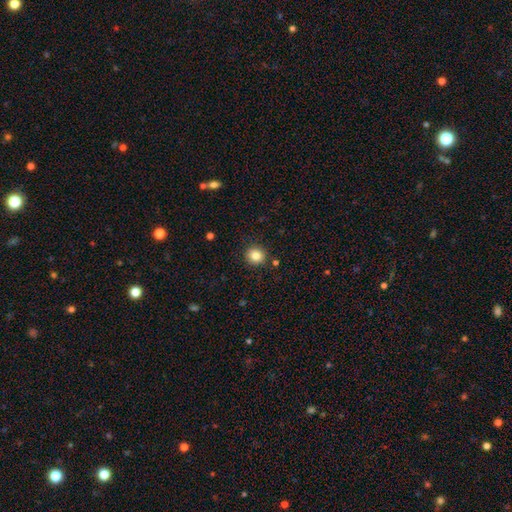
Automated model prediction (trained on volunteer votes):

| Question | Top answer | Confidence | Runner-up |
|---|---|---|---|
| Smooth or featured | smooth | 83% | star or artifact (11%) |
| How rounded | round | 90% | in between (9%) |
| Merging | none | 89% | minor disturbance (7%) |